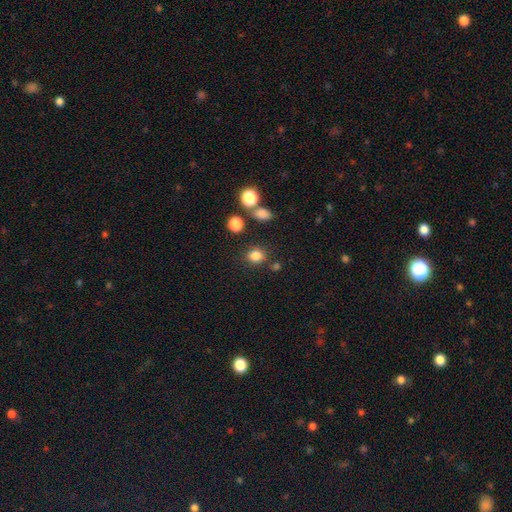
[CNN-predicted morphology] smooth_or_featured: smooth (p=0.82) [alt: star or artifact p=0.13]
how_rounded: round (p=0.73) [alt: in between p=0.26]
merging: none (p=0.78) [alt: minor disturbance p=0.11]